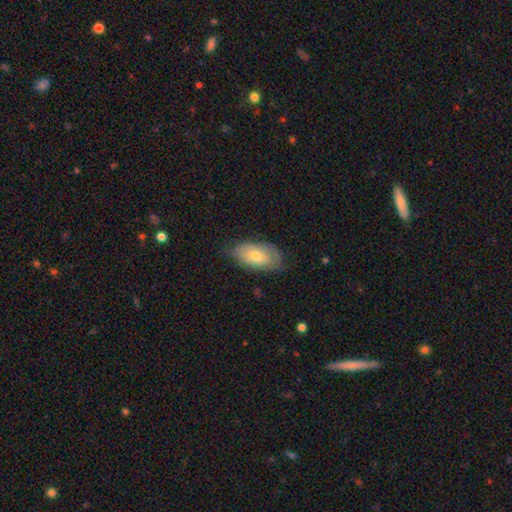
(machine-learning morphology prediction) Smooth or featured?
  - smooth: 66% *
  - featured or disk: 28%
  - star or artifact: 6%
How rounded?
  - in between: 93% *
  - round: 4%
  - cigar-shaped: 3%
Merging?
  - none: 63% *
  - minor disturbance: 30%
  - major disturbance: 6%
  - merger: 1%